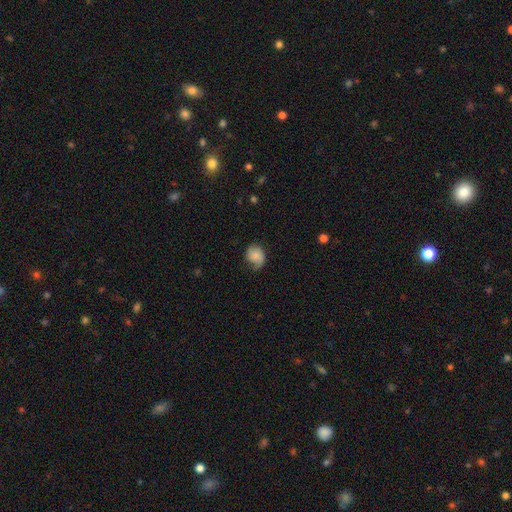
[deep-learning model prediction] Smooth or featured?
  - smooth: 67% *
  - featured or disk: 25%
  - star or artifact: 8%
How rounded?
  - round: 58% *
  - in between: 41%
  - cigar-shaped: 1%
Merging?
  - none: 44% *
  - minor disturbance: 36%
  - major disturbance: 19%
  - merger: 2%